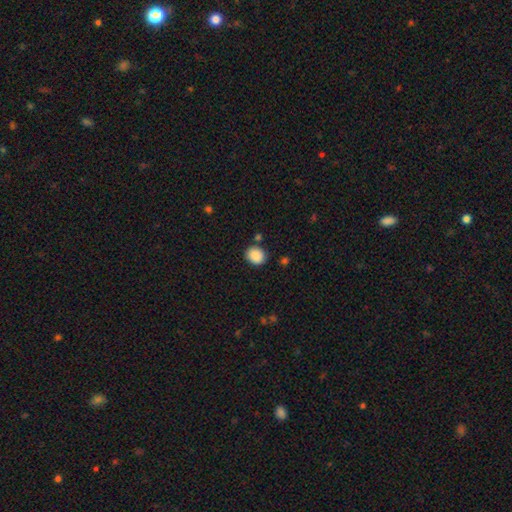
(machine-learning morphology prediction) This is clearly a smooth galaxy (89%). How rounded: likely round (64%). Merging: clearly none (81%).